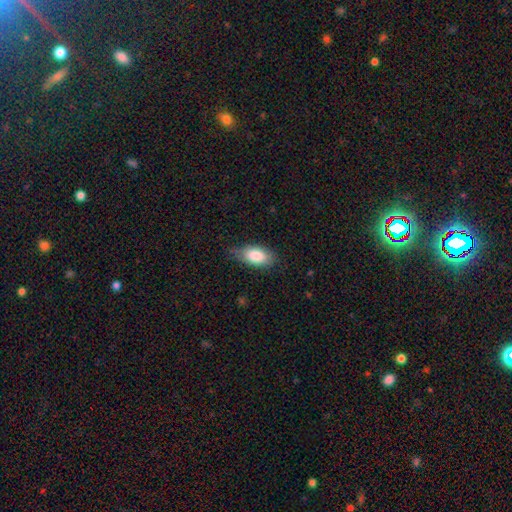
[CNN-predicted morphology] This is clearly a smooth galaxy (84%). How rounded: clearly in between (92%). Merging: likely none (69%).